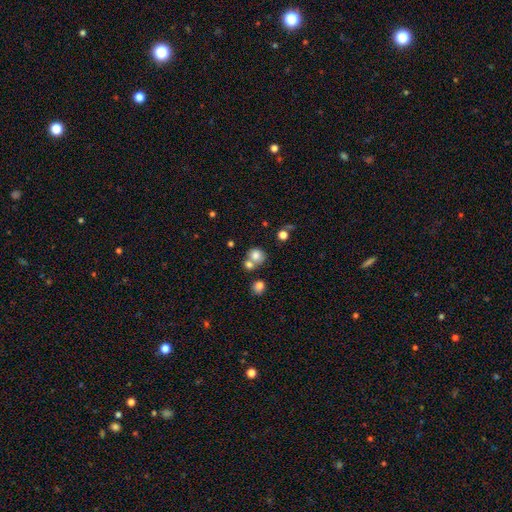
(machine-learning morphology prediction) The model was most divided on "merging": none: 48%, merger: 39%, minor disturbance: 9%, major disturbance: 4%. More confident: how rounded — round (80%); smooth or featured — smooth (78%).